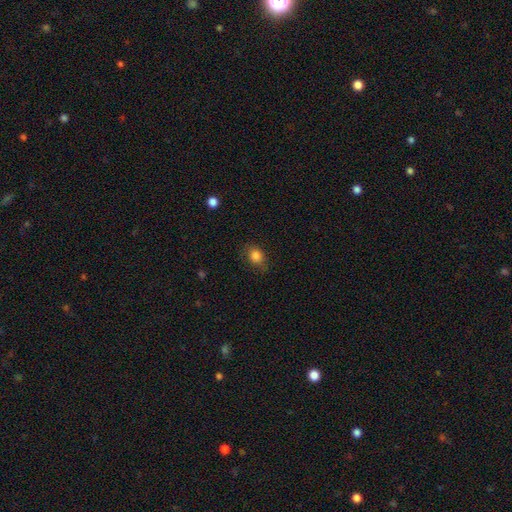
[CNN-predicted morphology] Smooth or featured: smooth — 84% (star or artifact — 10%)
How rounded: in between — 61% (round — 37%)
Merging: none — 75% (minor disturbance — 18%)